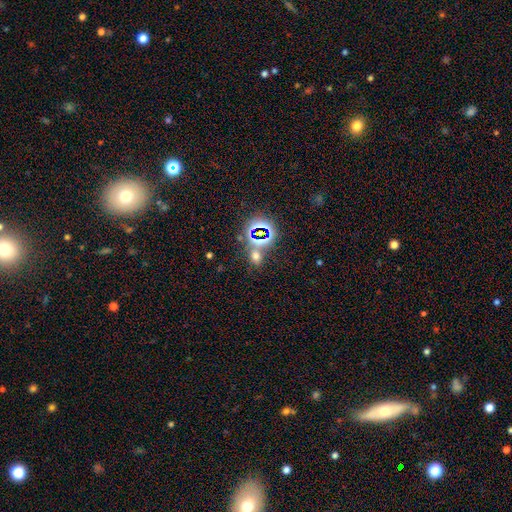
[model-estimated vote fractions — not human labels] Smooth or featured? smooth (47%)
Merging? none (64%)